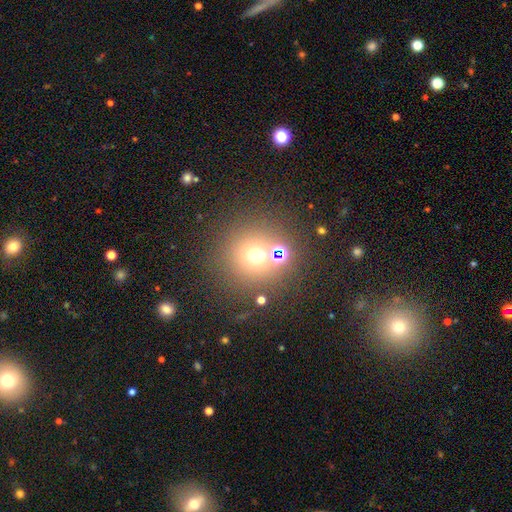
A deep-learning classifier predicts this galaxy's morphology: Smooth or featured? Predicted: smooth (p=0.58). How rounded? Predicted: round (p=0.92). Merging? Predicted: none (p=0.74).